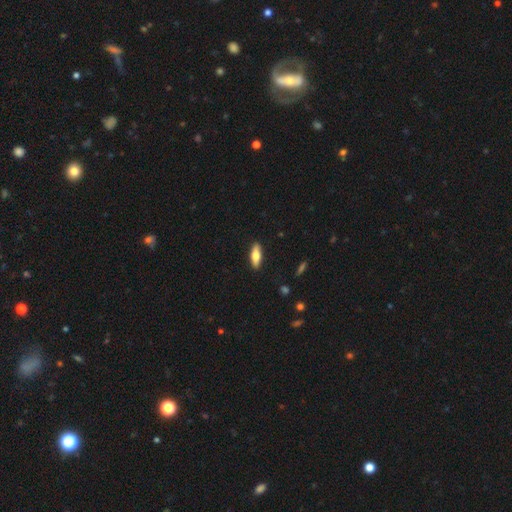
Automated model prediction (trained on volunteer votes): smooth_or_featured: smooth (p=0.66) [alt: featured or disk p=0.28]
how_rounded: in between (p=0.59) [alt: cigar-shaped p=0.39]
merging: none (p=0.89) [alt: minor disturbance p=0.08]